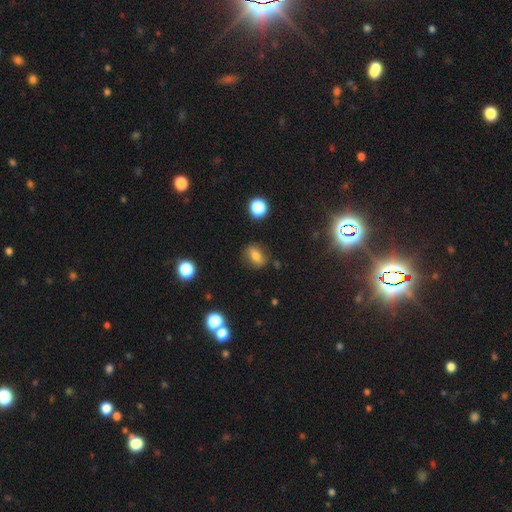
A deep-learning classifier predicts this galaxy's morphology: This appears to be a smooth galaxy with no disk features (68%) that is in between round and cigar-shaped (69%). Merging: none (77%).